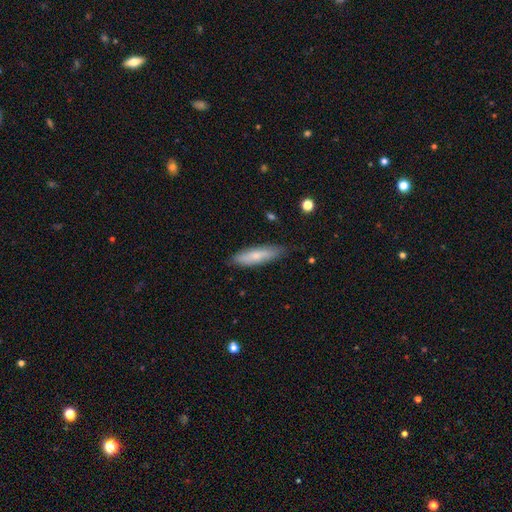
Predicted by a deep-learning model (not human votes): A smooth galaxy with no disk features (72%) that is cigar-shaped (65%). Merging: none (81%).